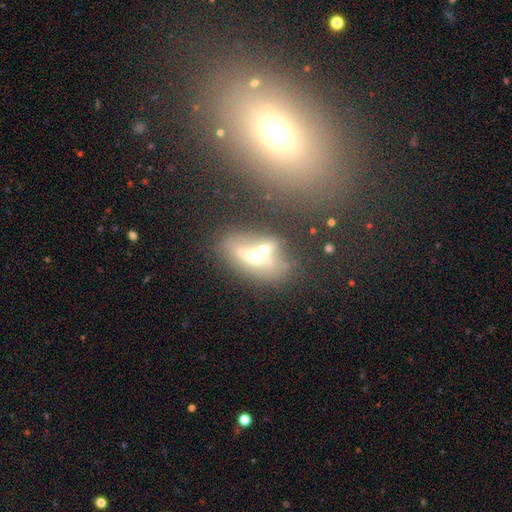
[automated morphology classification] type=featured or disk (44%); merging=merger (53%).